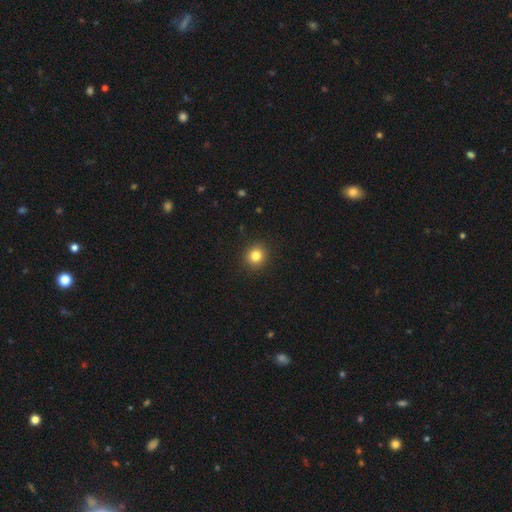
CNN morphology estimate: Q: Smooth or featured?
A: smooth (83%); runner-up: star or artifact (11%)
Q: How rounded?
A: round (89%); runner-up: in between (10%)
Q: Merging?
A: none (92%); runner-up: minor disturbance (5%)